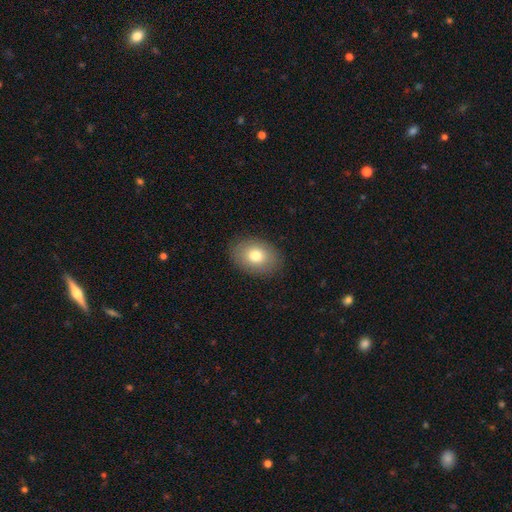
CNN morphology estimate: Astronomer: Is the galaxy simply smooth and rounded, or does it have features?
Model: smooth — 76%.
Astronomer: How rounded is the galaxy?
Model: in between — 72%.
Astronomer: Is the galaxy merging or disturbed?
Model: none — 86%.